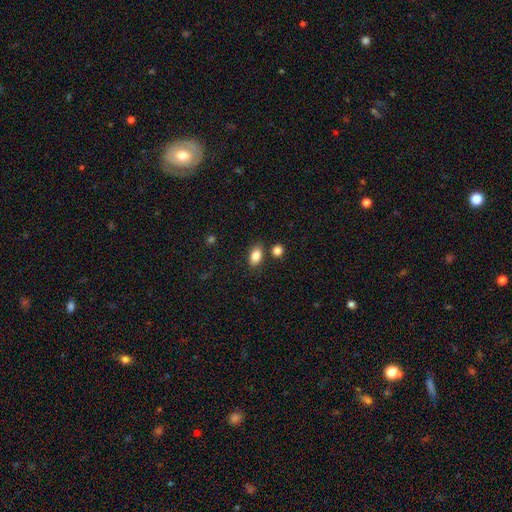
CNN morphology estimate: smooth-or-featured: smooth: 85% | star or artifact: 8% | featured or disk: 7%
  how-rounded: in between: 88% | round: 10% | cigar-shaped: 3%
  merging: none: 79% | minor disturbance: 11% | merger: 7% | major disturbance: 3%